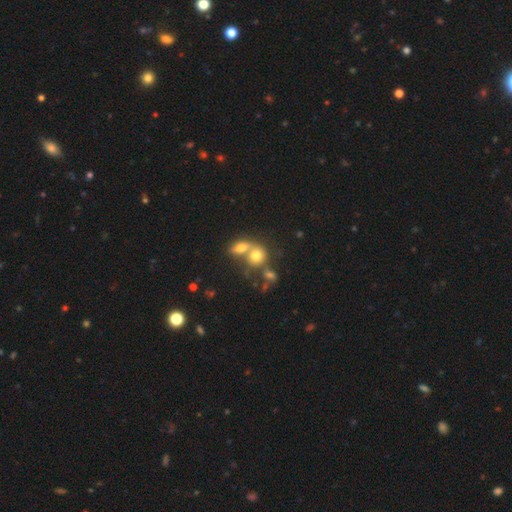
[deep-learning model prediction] Smooth or featured? smooth (72%)
How rounded? round (59%)
Merging? merger (58%)